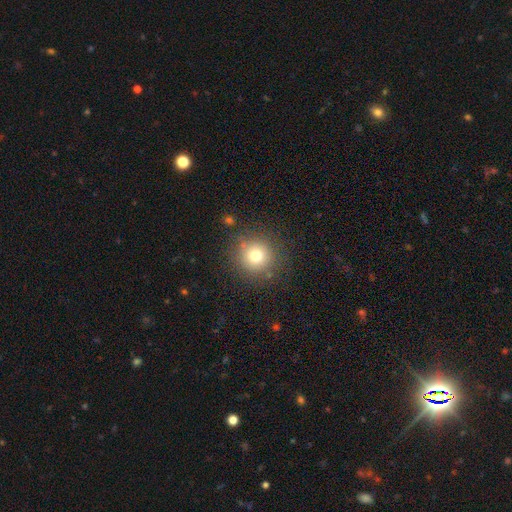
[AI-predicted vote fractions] The model was most divided on "smooth or featured": smooth: 76%, star or artifact: 14%, featured or disk: 10%. More confident: how rounded — round (94%); merging — none (84%).